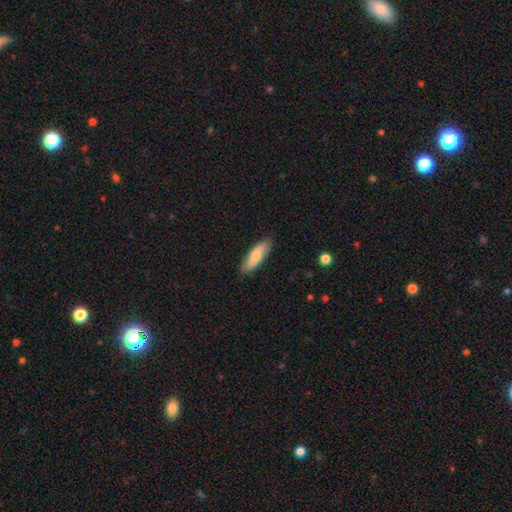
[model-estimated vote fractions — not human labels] A smooth galaxy with no disk features (76%) that is in between round and cigar-shaped (56%). Merging: none (85%).